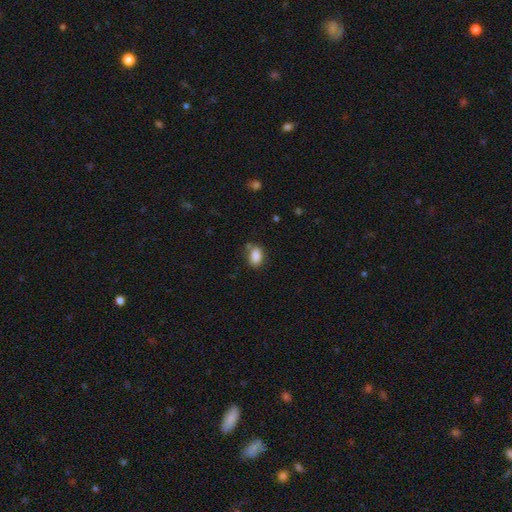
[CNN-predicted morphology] A smooth galaxy with no disk features (85%) that is in between round and cigar-shaped (82%). Merging: none (69%).